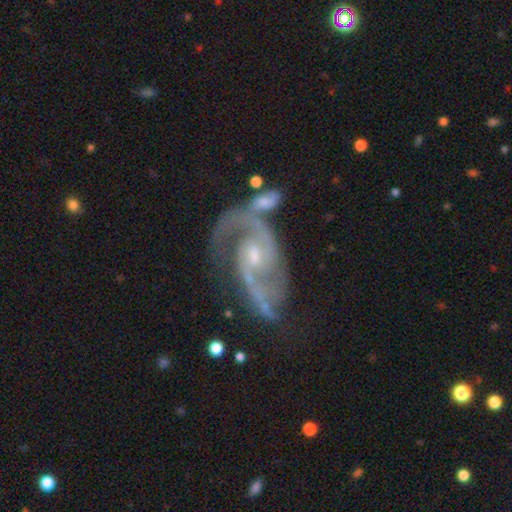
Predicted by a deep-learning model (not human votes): Overall: featured or disk (90%). Edge-on disk: no (97%). Bar: no (55%; weak 36%). Spiral arms: yes (97%). Spiral arm count: 2 (80%). Spiral winding: medium (53%; tight 28%). Bulge size: small (63%; moderate 32%). Merging: none (49%; minor disturbance 21%).